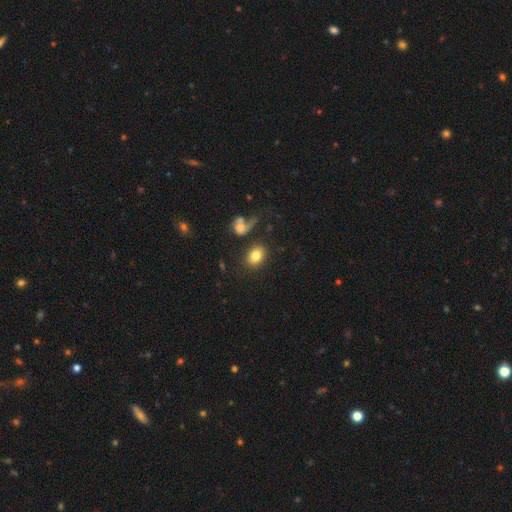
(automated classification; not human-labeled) Overall: smooth (80%). How rounded: in between (72%). Merging: none (76%).